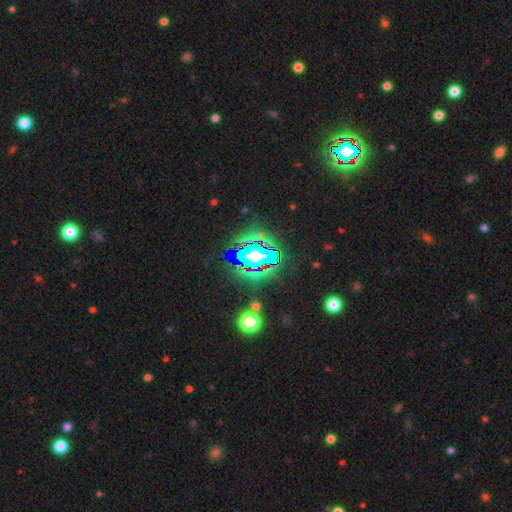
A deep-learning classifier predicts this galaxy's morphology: Smooth or featured? Predicted: star or artifact (p=0.62).